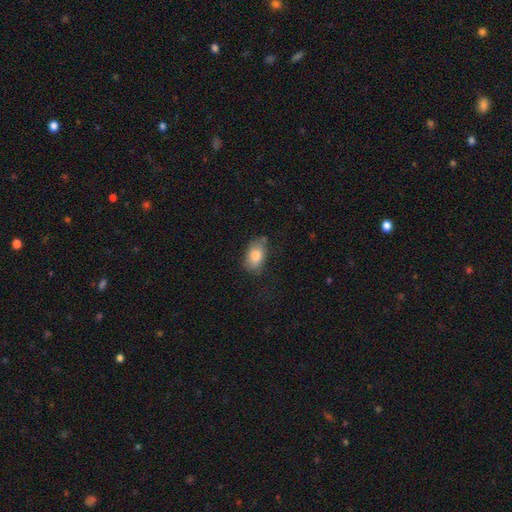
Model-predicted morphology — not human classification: Smooth or featured? Predicted: smooth (p=0.81). How rounded? Predicted: in between (p=0.89). Merging? Predicted: none (p=0.66).